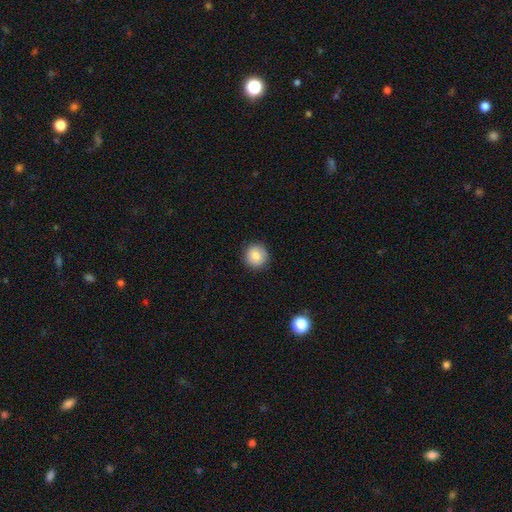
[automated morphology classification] A smooth galaxy with no disk features (86%) that is round (92%).

Vote fractions:
- Smooth or featured? smooth: 86% / star or artifact: 8% / featured or disk: 5%
- How rounded? round: 92% / in between: 7% / cigar-shaped: 1%
- Merging? none: 91% / minor disturbance: 6% / major disturbance: 2% / merger: 1%